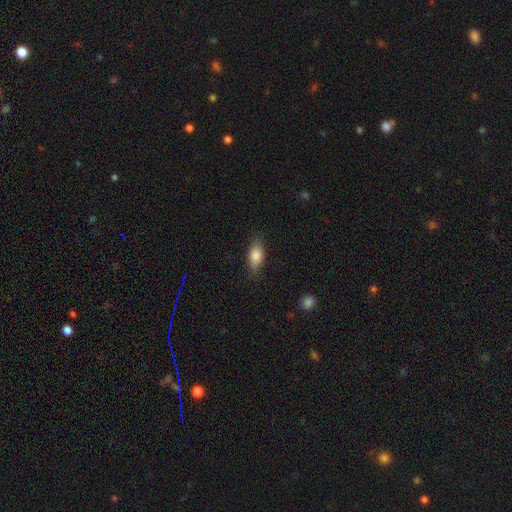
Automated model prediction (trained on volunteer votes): Morphology: type=smooth (82%); roundness=in between (85%); merging=none (82%).